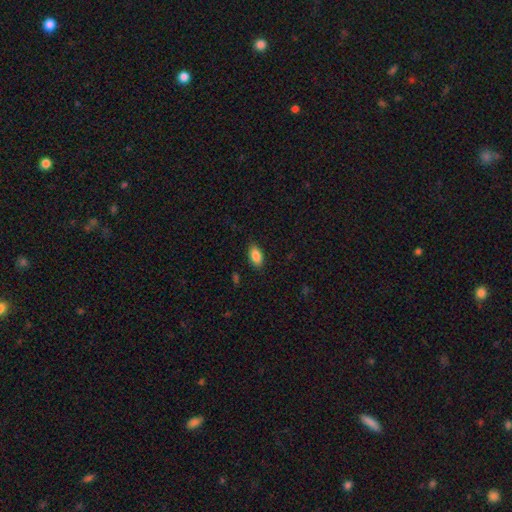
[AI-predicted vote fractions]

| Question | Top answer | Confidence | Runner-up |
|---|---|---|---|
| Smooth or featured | smooth | 87% | star or artifact (7%) |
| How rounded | in between | 92% | round (4%) |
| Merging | none | 86% | minor disturbance (10%) |